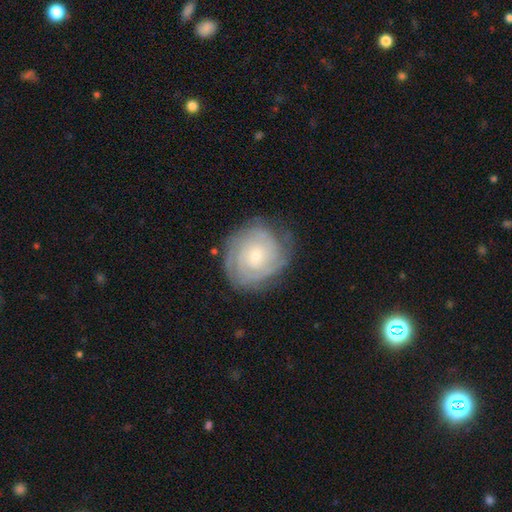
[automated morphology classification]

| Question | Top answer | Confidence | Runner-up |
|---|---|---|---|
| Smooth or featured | featured or disk | 81% | smooth (13%) |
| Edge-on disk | no | 97% | yes (3%) |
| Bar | no | 74% | weak (21%) |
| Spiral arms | yes | 95% | no (5%) |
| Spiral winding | tight | 80% | medium (17%) |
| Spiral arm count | can't tell | 36% | 3 (21%) |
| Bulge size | small | 68% | moderate (28%) |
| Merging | none | 77% | minor disturbance (16%) |